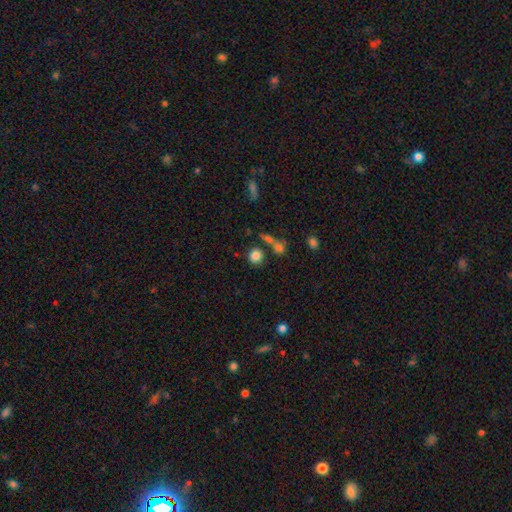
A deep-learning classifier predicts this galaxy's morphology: smooth-or-featured: smooth: 82% | star or artifact: 11% | featured or disk: 7%
  how-rounded: round: 83% | in between: 16% | cigar-shaped: 1%
  merging: none: 70% | merger: 15% | minor disturbance: 10% | major disturbance: 4%